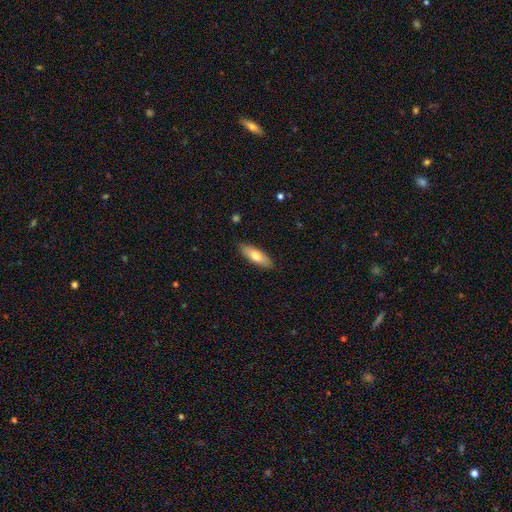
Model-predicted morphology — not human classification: Smooth or featured: smooth — 71% (featured or disk — 24%)
How rounded: in between — 60% (cigar-shaped — 37%)
Merging: none — 88% (minor disturbance — 9%)